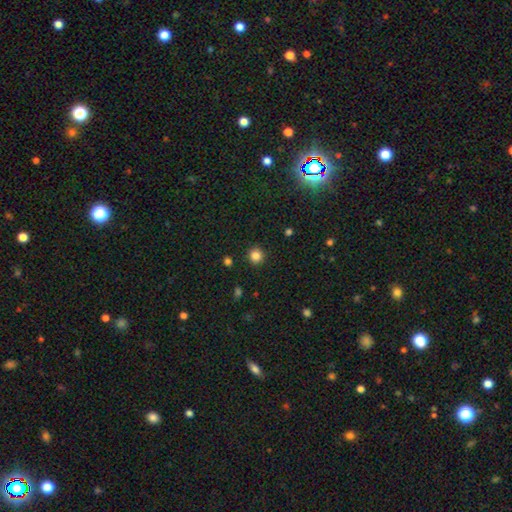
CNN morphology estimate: Overall: smooth (84%). How rounded: round (94%). Merging: none (92%).